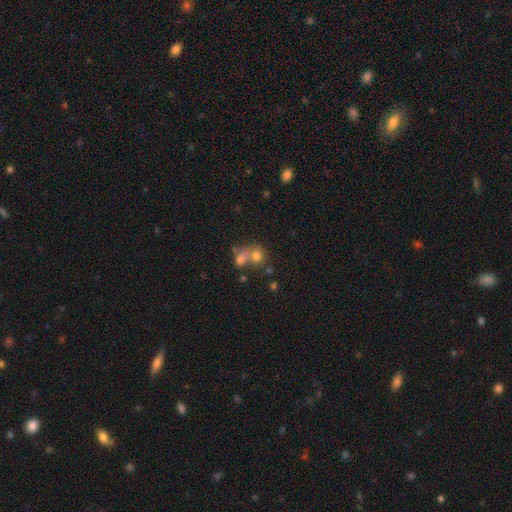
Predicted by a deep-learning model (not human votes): Smooth or featured? Predicted: smooth (p=0.66). How rounded? Predicted: round (p=0.67). Merging? Predicted: merger (p=0.57).